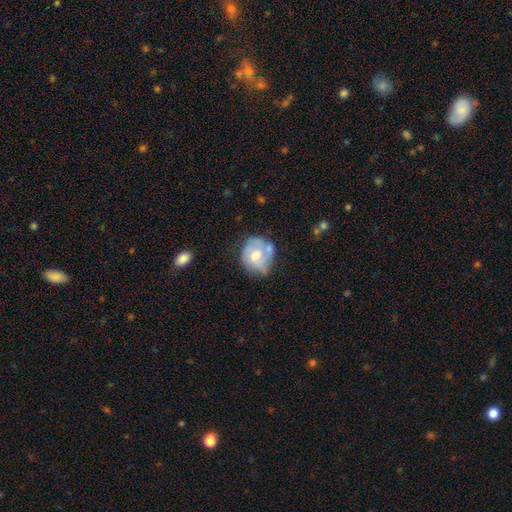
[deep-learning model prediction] Q: Smooth or featured?
A: smooth (51%); runner-up: featured or disk (42%)
Q: How rounded?
A: round (70%); runner-up: in between (29%)
Q: Merging?
A: none (43%); runner-up: minor disturbance (29%)